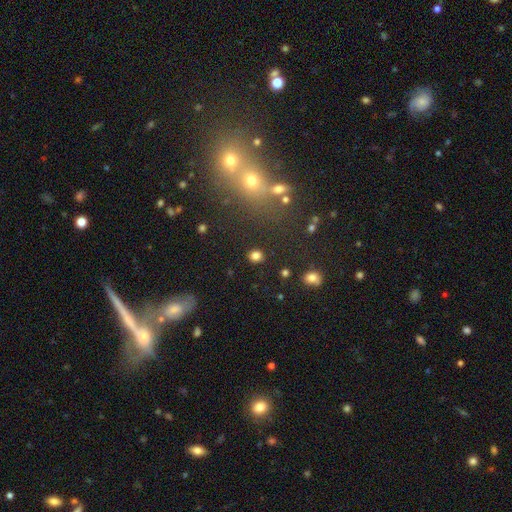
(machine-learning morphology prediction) smooth_or_featured: smooth (p=0.82) [alt: star or artifact p=0.13]
how_rounded: round (p=0.74) [alt: in between p=0.25]
merging: none (p=0.88) [alt: minor disturbance p=0.07]